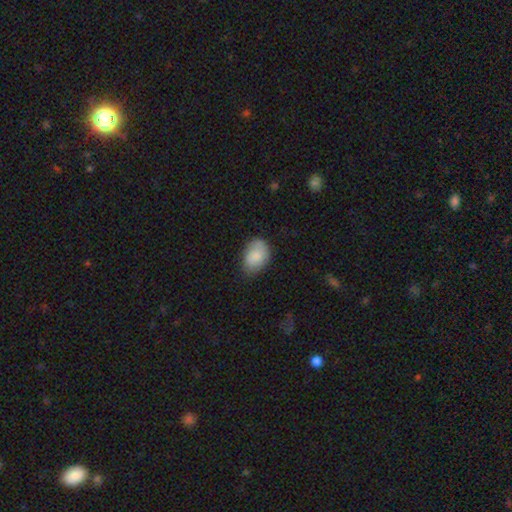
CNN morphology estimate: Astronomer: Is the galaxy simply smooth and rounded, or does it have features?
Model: smooth — 83%.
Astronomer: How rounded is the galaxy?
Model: in between — 80%.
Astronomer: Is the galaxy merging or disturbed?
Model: none — 66%.